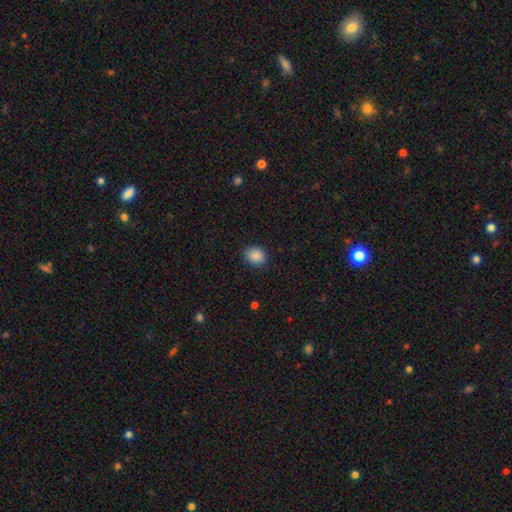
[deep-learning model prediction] The model was most divided on "how rounded": round: 54%, in between: 45%, cigar-shaped: 1%. More confident: smooth or featured — smooth (88%); merging — none (86%).